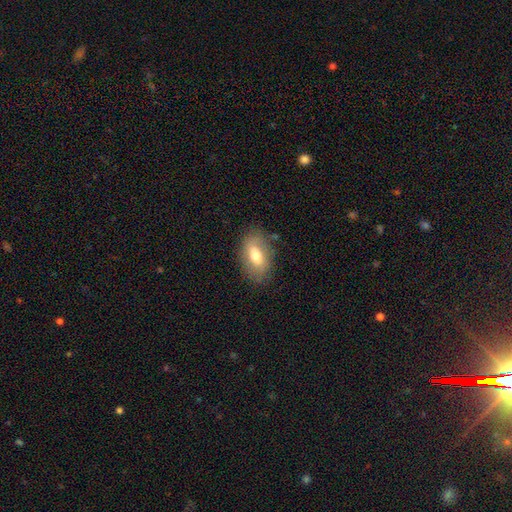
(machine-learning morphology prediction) Smooth or featured?
  - smooth: 68% *
  - featured or disk: 25%
  - star or artifact: 7%
How rounded?
  - in between: 90% *
  - round: 7%
  - cigar-shaped: 3%
Merging?
  - none: 77% *
  - minor disturbance: 16%
  - major disturbance: 5%
  - merger: 2%